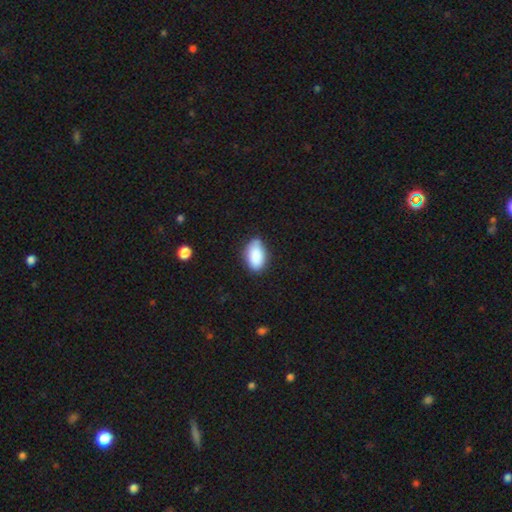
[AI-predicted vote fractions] This appears to be a smooth galaxy with no disk features (88%) that is in between round and cigar-shaped (93%). Merging: none (75%).